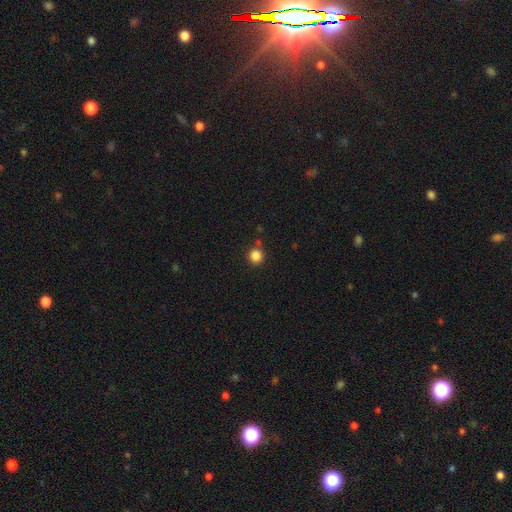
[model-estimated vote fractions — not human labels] Smooth or featured? Predicted: smooth (p=0.85). How rounded? Predicted: round (p=0.94). Merging? Predicted: none (p=0.83).